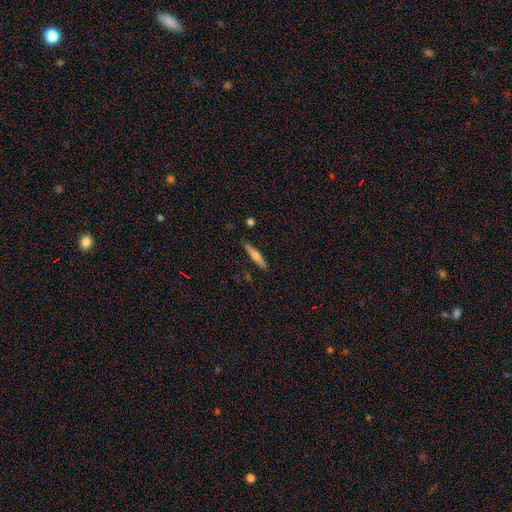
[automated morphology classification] smooth_or_featured: smooth (p=0.51) [alt: featured or disk p=0.43]
how_rounded: cigar-shaped (p=0.91) [alt: in between p=0.07]
merging: none (p=0.88) [alt: minor disturbance p=0.09]